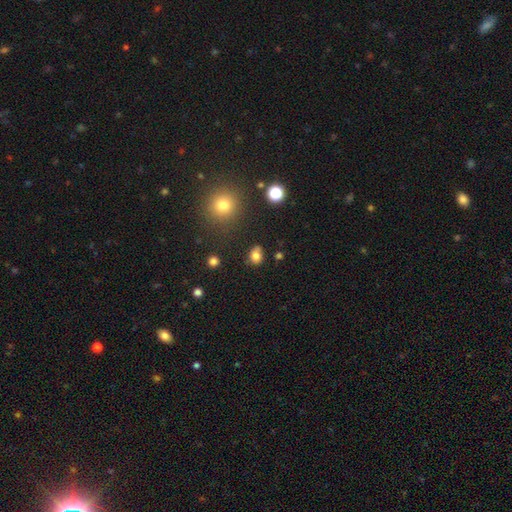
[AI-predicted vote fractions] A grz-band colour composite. It shows a smooth galaxy with no disk features (79%) that is in between round and cigar-shaped (54%). Merging: none (70%).